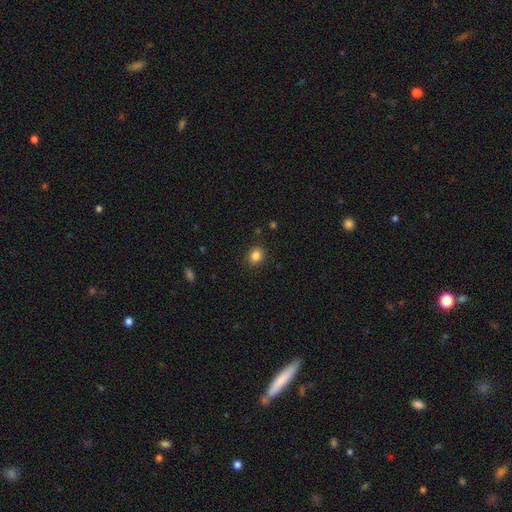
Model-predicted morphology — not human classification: This appears to be a smooth galaxy with no disk features (85%) that is round (66%). Merging: none (89%).